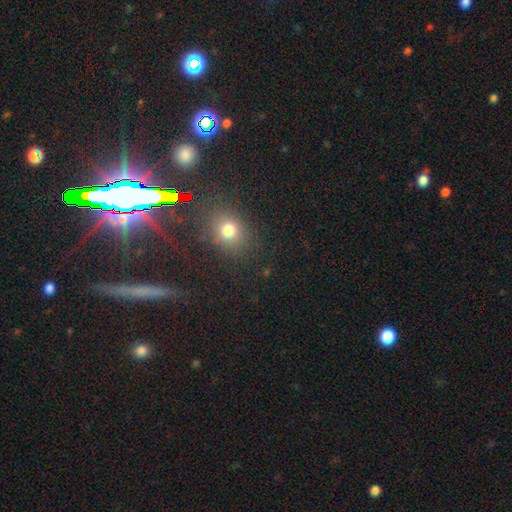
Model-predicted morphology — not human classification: star or artifact 49%, smooth 37%, featured or disk 14%.